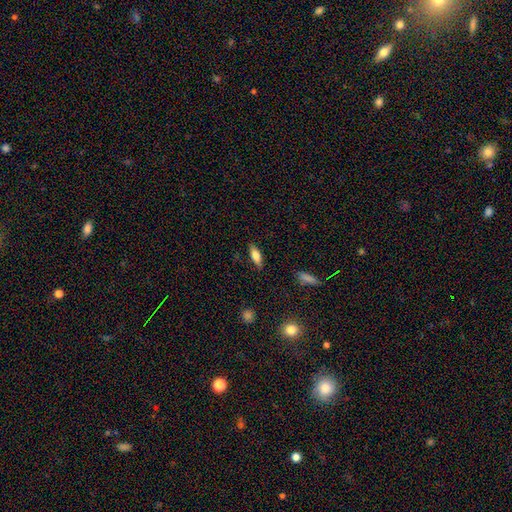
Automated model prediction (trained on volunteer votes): A smooth galaxy with no disk features (76%) that is in between round and cigar-shaped (68%).

Vote fractions:
- Smooth or featured? smooth: 76% / featured or disk: 17% / star or artifact: 7%
- How rounded? in between: 68% / cigar-shaped: 30% / round: 3%
- Merging? none: 86% / minor disturbance: 10% / major disturbance: 3% / merger: 1%